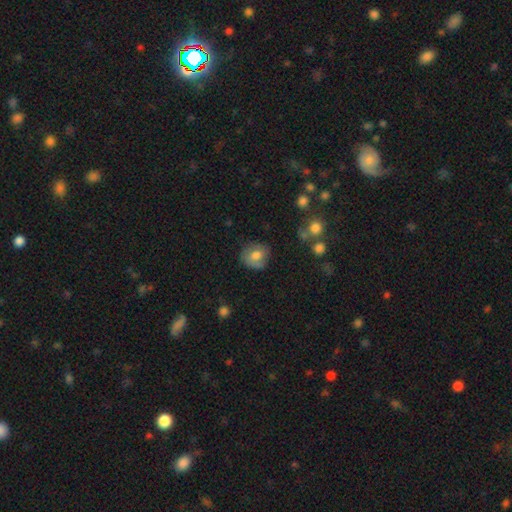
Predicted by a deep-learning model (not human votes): Morphology: type=smooth (66%); roundness=round (72%); merging=none (69%).